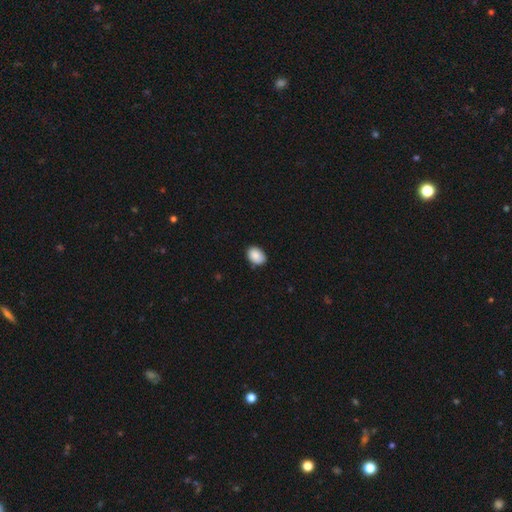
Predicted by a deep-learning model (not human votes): Q: Smooth or featured?
A: smooth (88%); runner-up: star or artifact (7%)
Q: How rounded?
A: in between (78%); runner-up: round (21%)
Q: Merging?
A: none (80%); runner-up: minor disturbance (16%)